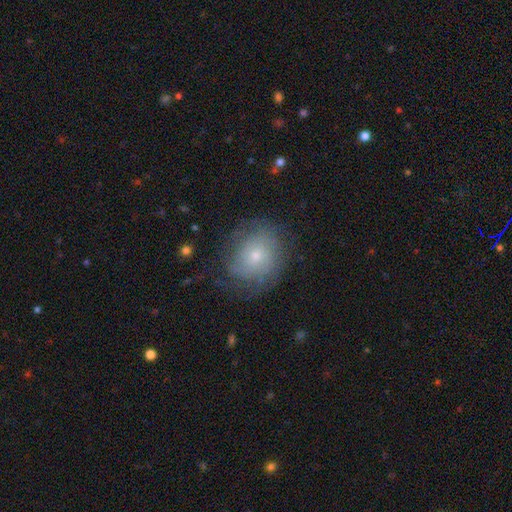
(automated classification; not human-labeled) Q: Smooth or featured?
A: featured or disk (48%); runner-up: smooth (42%)
Q: Merging?
A: none (65%); runner-up: minor disturbance (21%)